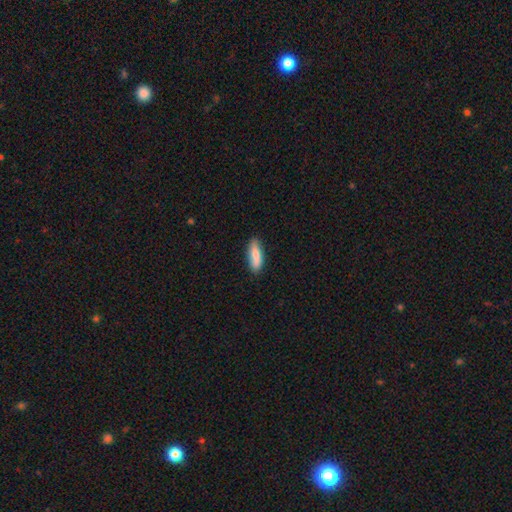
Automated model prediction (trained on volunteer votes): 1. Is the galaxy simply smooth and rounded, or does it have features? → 70% smooth, 24% featured or disk, 6% star or artifact.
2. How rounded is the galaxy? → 53% in between, 45% cigar-shaped, 3% round.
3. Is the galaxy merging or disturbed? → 84% none, 13% minor disturbance, 2% major disturbance, 1% merger.